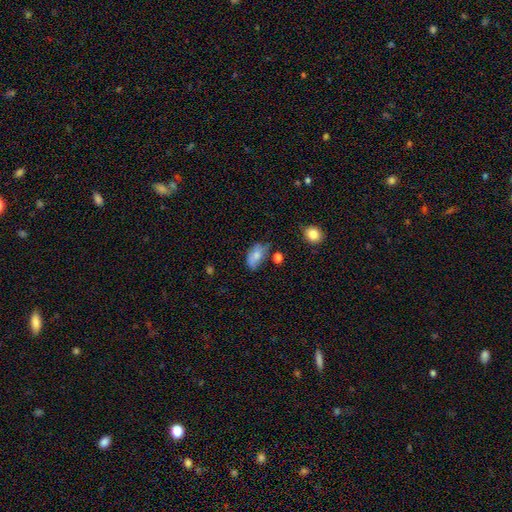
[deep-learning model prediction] Smooth or featured? smooth (70%)
How rounded? in between (89%)
Merging? none (45%)